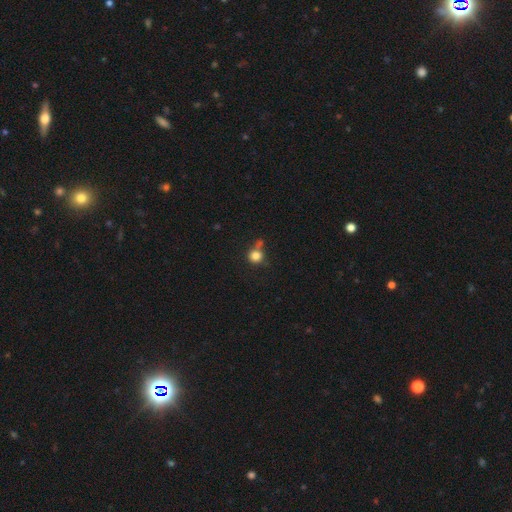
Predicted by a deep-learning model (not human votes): The model was most divided on "merging": none: 54%, merger: 21%, minor disturbance: 18%, major disturbance: 8%. More confident: how rounded — round (88%); smooth or featured — smooth (81%).